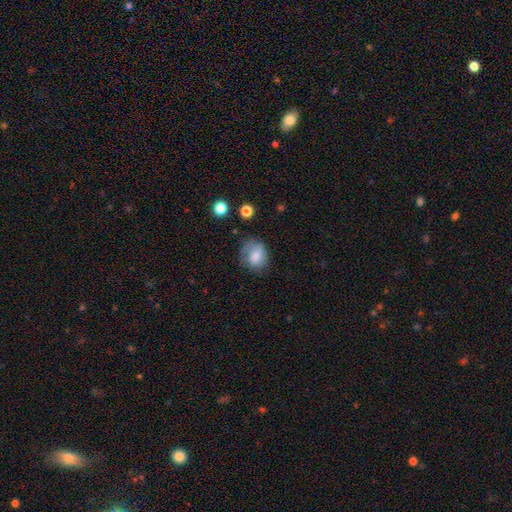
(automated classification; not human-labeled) Smooth or featured? Predicted: smooth (p=0.73). How rounded? Predicted: round (p=0.52). Merging? Predicted: none (p=0.55).